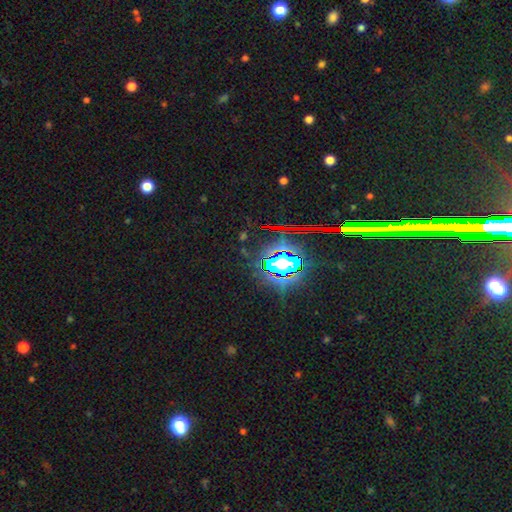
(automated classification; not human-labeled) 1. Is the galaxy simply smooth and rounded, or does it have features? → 85% star or artifact, 8% smooth, 7% featured or disk.